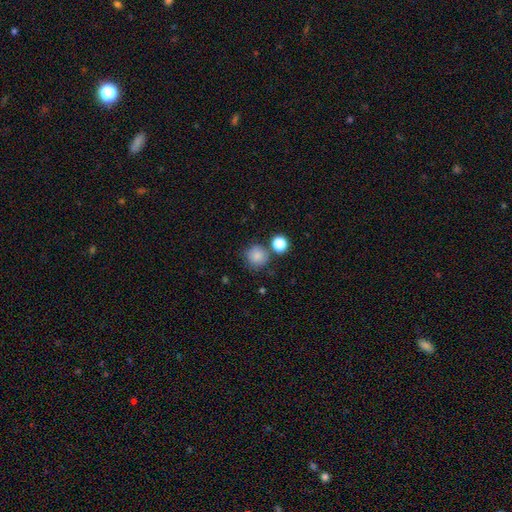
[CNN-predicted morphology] Smooth or featured? smooth (84%)
How rounded? round (91%)
Merging? none (72%)